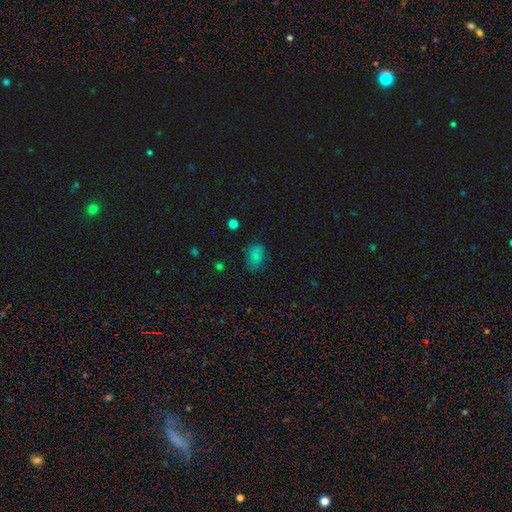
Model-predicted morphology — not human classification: A smooth galaxy with no disk features (80%) that is in between round and cigar-shaped (76%). Merging: none (76%).